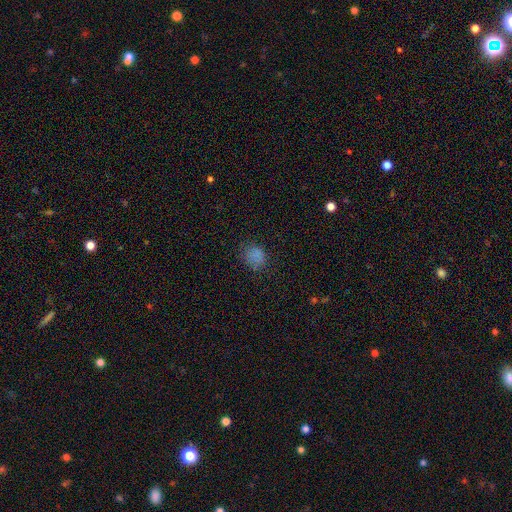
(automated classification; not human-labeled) Morphology: type=smooth (78%); roundness=round (67%); merging=none (73%).